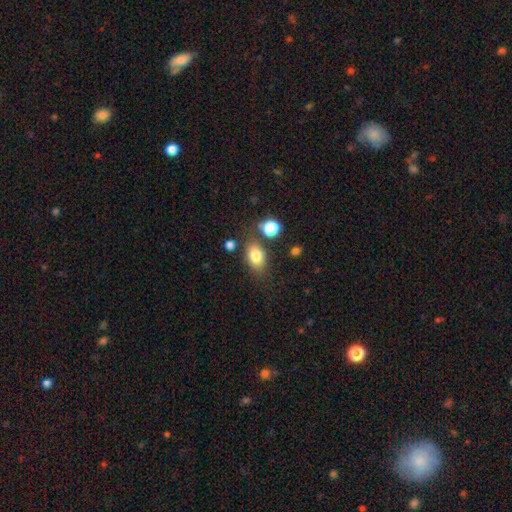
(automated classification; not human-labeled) A smooth galaxy with no disk features (81%) that is in between round and cigar-shaped (79%). Merging: none (74%).